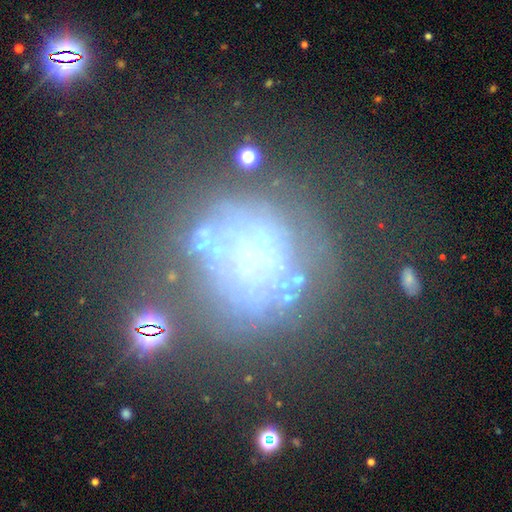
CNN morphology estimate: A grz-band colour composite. It shows a featured or disk galaxy (53%) with no bar (90%), no spiral arms (82%) and no central bulge (67%). Merging: none (51%).